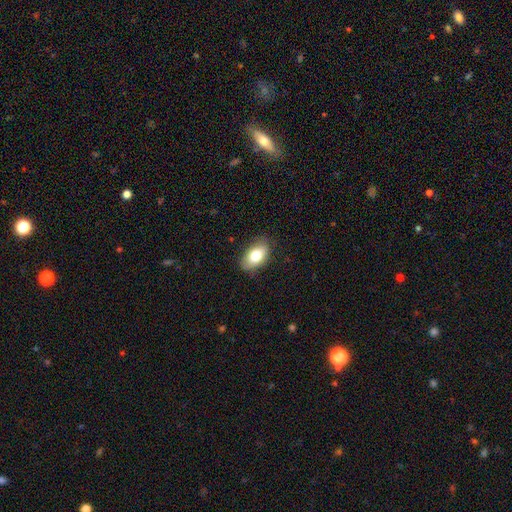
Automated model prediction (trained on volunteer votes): smooth 78%, featured or disk 15%, star or artifact 7%. Down the decision tree: how rounded — in between (92%); merging — none (80%).